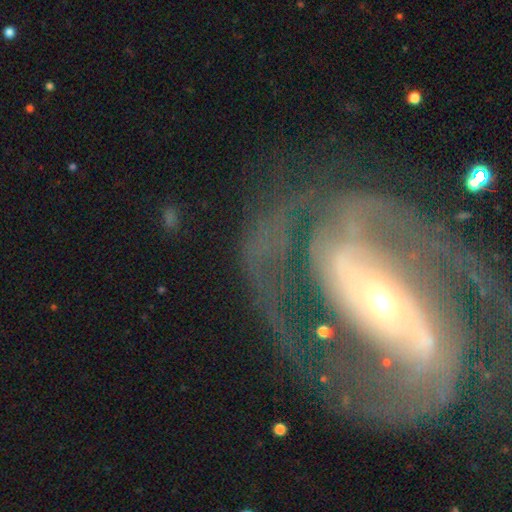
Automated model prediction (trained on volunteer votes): A featured or disk galaxy (80%) with a strong bar (35%, tied with no), 2 (60%) medium (41%) spiral arms (78%) and a moderate central bulge (47%).

Vote fractions:
- Smooth or featured? featured or disk: 80% / smooth: 12% / star or artifact: 8%
- Edge-on disk? no: 94% / yes: 6%
- Bar? strong: 35% (tied) / no: 35% (tied) / weak: 29%
- Spiral arms? yes: 78% / no: 22%
- Spiral winding? medium: 41% / loose: 32% / tight: 27%
- Spiral arm count? 2: 60% / can't tell: 17% / 1: 11% / 3: 6% / 4: 3% / more than 4: 3%
- Bulge size? moderate: 47% / small: 44% / large: 6% / dominant: 2% / none: 2%
- Merging? none: 41% / major disturbance: 38% / minor disturbance: 15% / merger: 5%